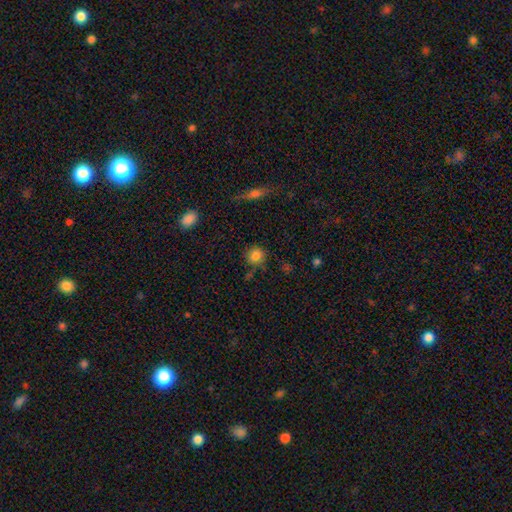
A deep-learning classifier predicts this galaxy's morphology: This appears to be a smooth galaxy with no disk features (84%) that is round (88%). Merging: none (78%).